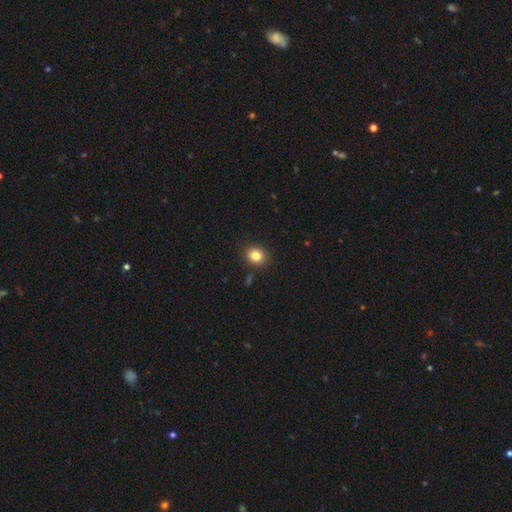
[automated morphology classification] Smooth or featured? Predicted: smooth (p=0.83). How rounded? Predicted: round (p=0.71). Merging? Predicted: none (p=0.89).